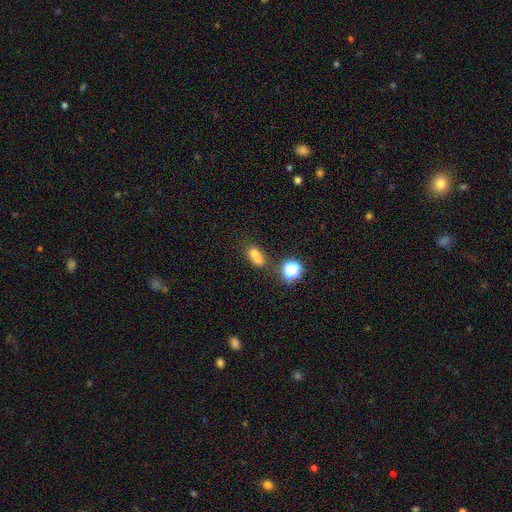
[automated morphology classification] This appears to be a smooth galaxy with no disk features (65%) that is round (60%). Merging: merger (60%).